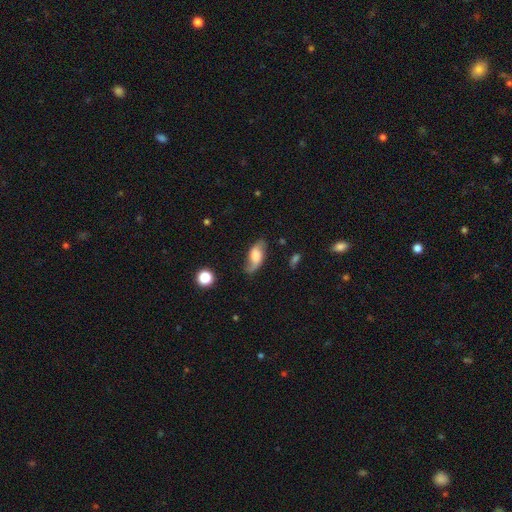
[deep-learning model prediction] smooth_or_featured: featured or disk (p=0.49) [alt: smooth p=0.43]
merging: none (p=0.62) [alt: minor disturbance p=0.26]